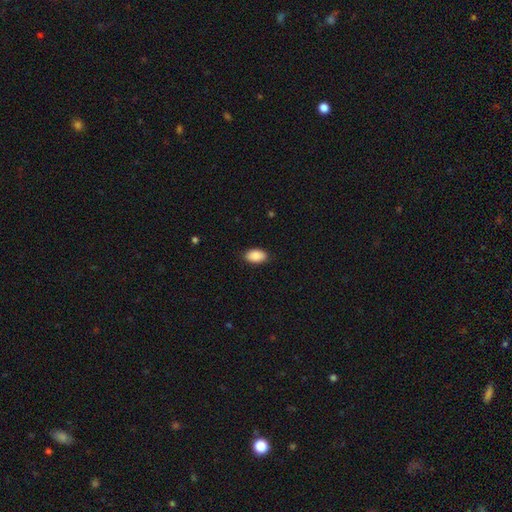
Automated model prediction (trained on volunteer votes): smooth 90%, star or artifact 6%, featured or disk 4%. Down the decision tree: how rounded — in between (93%); merging — none (88%).